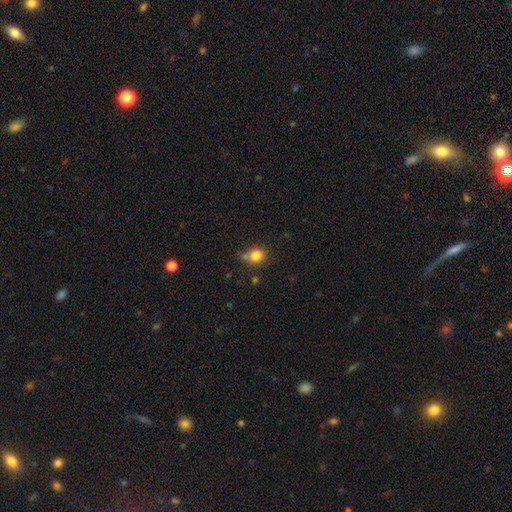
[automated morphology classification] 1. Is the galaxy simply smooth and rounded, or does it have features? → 81% smooth, 12% star or artifact, 7% featured or disk.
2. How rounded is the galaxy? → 81% round, 18% in between, 1% cigar-shaped.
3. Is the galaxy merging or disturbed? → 60% none, 18% minor disturbance, 15% merger, 6% major disturbance.